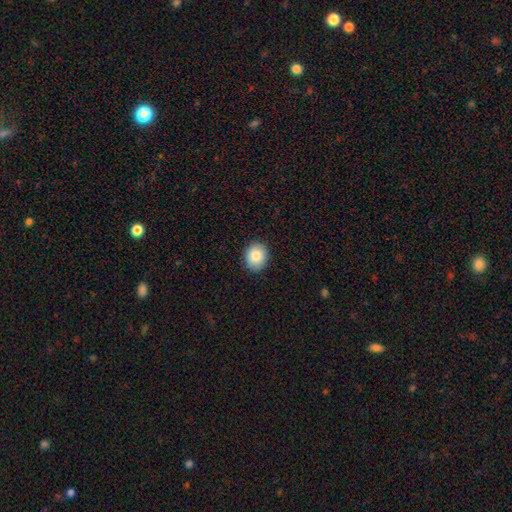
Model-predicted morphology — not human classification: type=smooth (84%); roundness=round (59%); merging=none (89%).